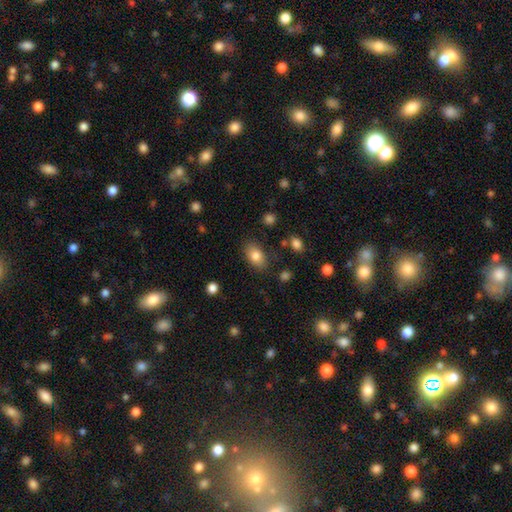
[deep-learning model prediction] Morphology: type=smooth (82%); roundness=in between (89%); merging=none (82%).